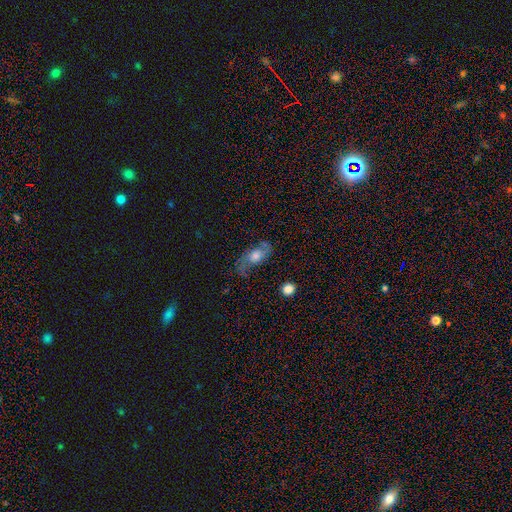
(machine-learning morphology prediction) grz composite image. It shows a featured or disk galaxy (58%). Merging: none (60%).